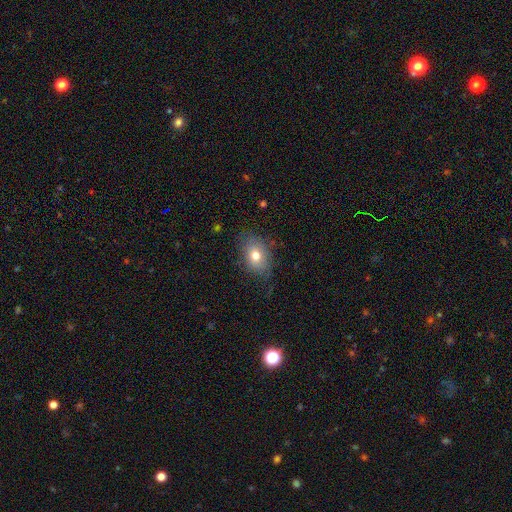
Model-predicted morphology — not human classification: Smooth or featured? smooth (75%)
How rounded? in between (75%)
Merging? none (76%)